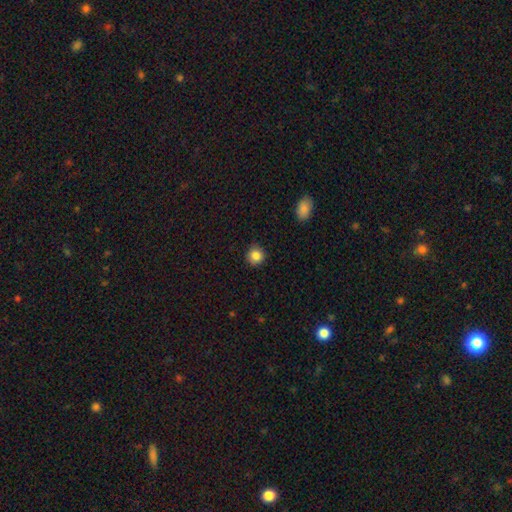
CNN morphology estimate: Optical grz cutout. It shows a smooth galaxy with no disk features (85%) that is round (91%). Merging: none (88%).